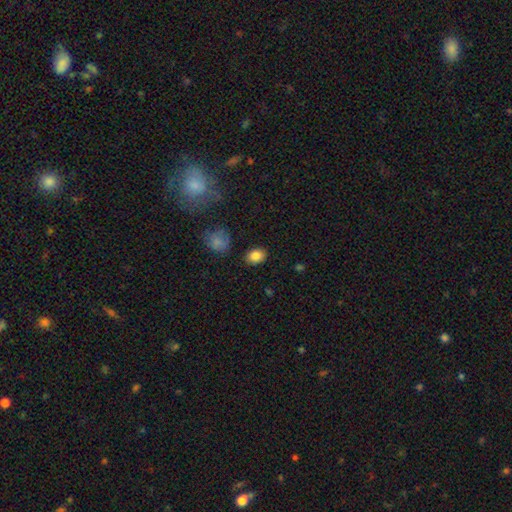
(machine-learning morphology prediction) Smooth or featured: smooth — 85% (star or artifact — 9%)
How rounded: in between — 71% (round — 28%)
Merging: none — 86% (minor disturbance — 9%)